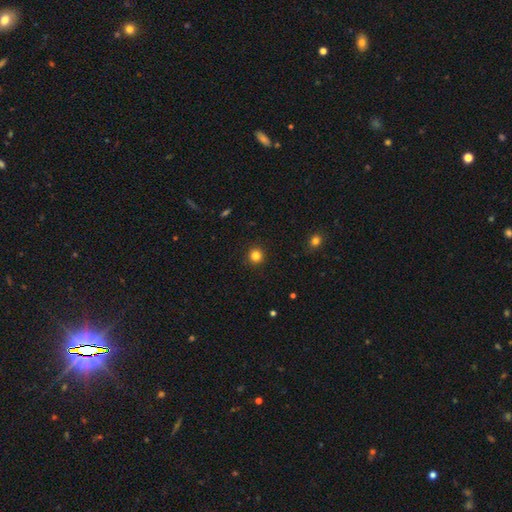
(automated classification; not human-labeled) A smooth galaxy with no disk features (83%) that is round (94%). Merging: none (92%).